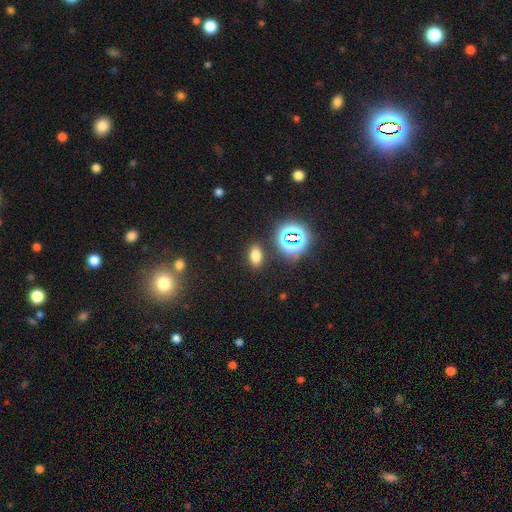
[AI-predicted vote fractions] Smooth or featured: smooth — 70% (star or artifact — 24%)
How rounded: in between — 84% (round — 12%)
Merging: none — 87% (minor disturbance — 8%)